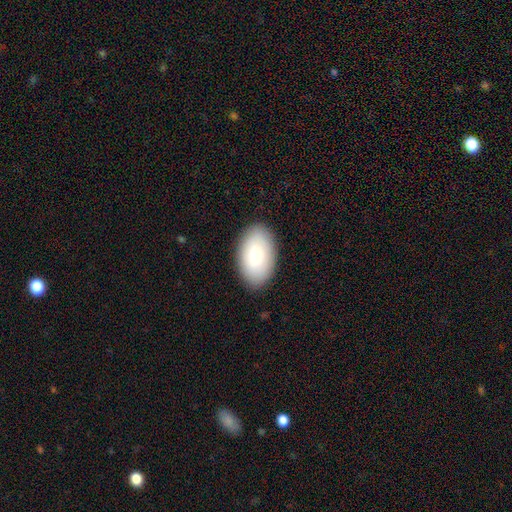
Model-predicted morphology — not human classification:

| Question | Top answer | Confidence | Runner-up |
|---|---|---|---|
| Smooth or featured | smooth | 82% | featured or disk (12%) |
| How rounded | in between | 95% | round (4%) |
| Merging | none | 87% | minor disturbance (9%) |